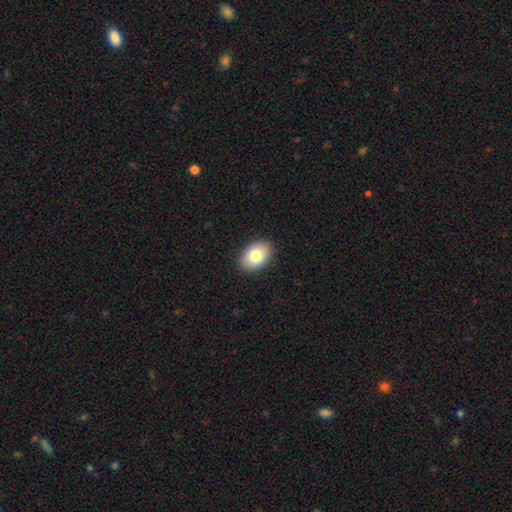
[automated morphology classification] This appears to be a smooth galaxy with no disk features (80%) that is in between round and cigar-shaped (83%). Merging: none (90%).